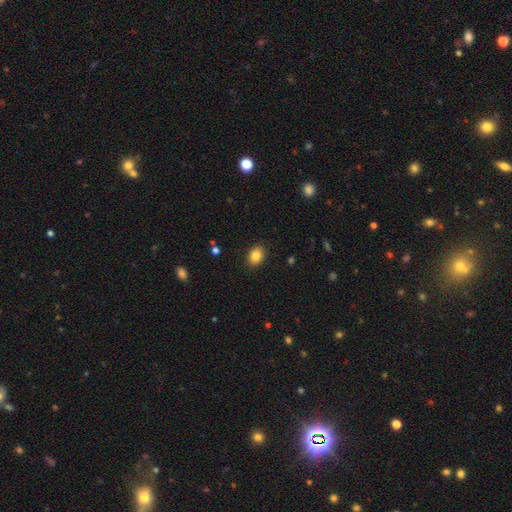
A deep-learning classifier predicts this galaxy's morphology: This is clearly a smooth galaxy (85%). How rounded: likely in between (70%). Merging: clearly none (88%).